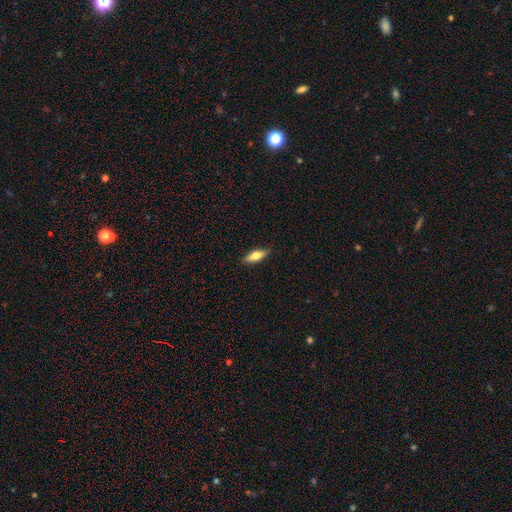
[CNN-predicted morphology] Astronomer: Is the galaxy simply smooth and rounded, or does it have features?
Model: smooth — 69%.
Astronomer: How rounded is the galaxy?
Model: in between — 64%.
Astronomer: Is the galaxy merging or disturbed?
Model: none — 88%.